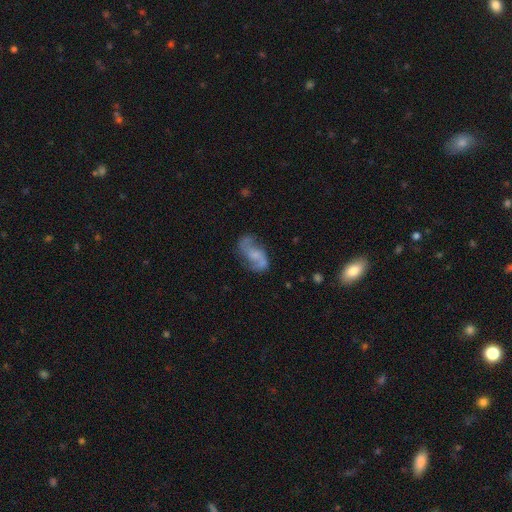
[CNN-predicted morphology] This appears to be a featured or disk galaxy (75%) with no bar (52%), 2 (90%) loose (55%) spiral arms (91%) and a small central bulge (38%). Merging: none (65%).